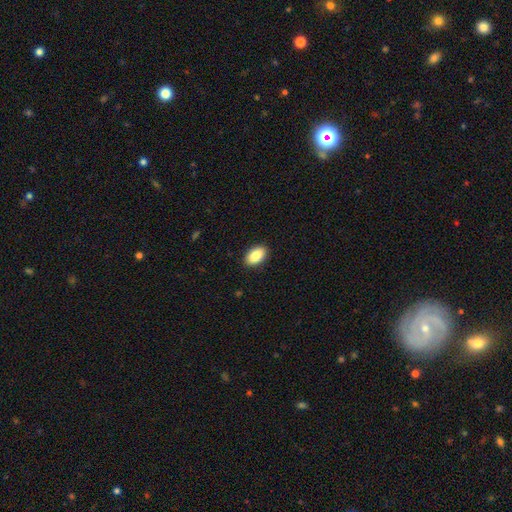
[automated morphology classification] This appears to be a smooth galaxy with no disk features (87%) that is in between round and cigar-shaped (92%). Merging: none (90%).